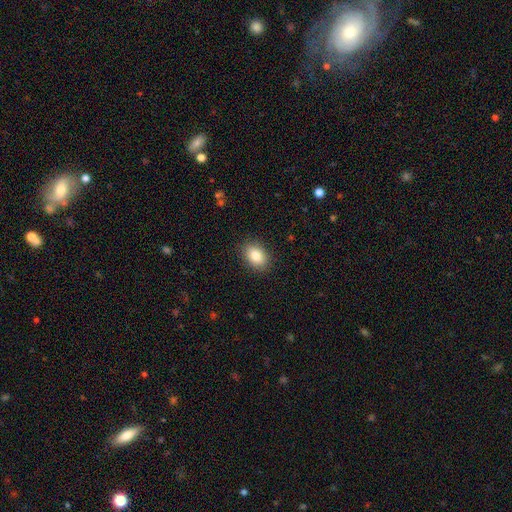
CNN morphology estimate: Overall: smooth (85%). How rounded: in between (79%). Merging: none (88%).